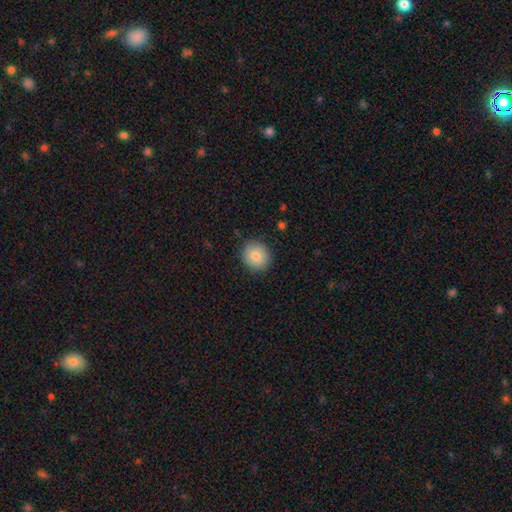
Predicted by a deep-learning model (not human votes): smooth-or-featured: smooth: 82% | featured or disk: 9% | star or artifact: 9%
  how-rounded: round: 86% | in between: 14% | cigar-shaped: 1%
  merging: none: 88% | minor disturbance: 9% | major disturbance: 2% | merger: 1%